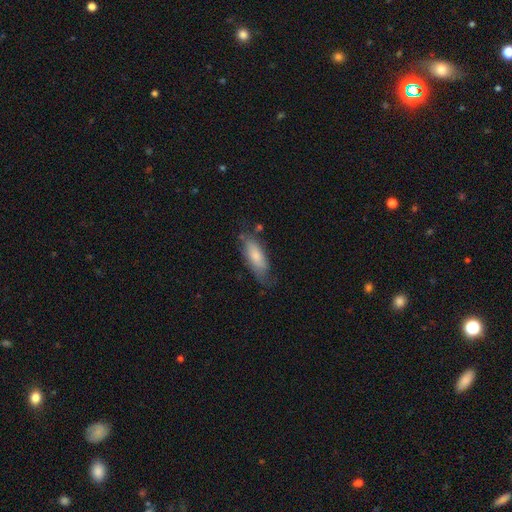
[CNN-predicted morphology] smooth 68%, featured or disk 26%, star or artifact 6%. Down the decision tree: how rounded — in between (67%); merging — none (58%).